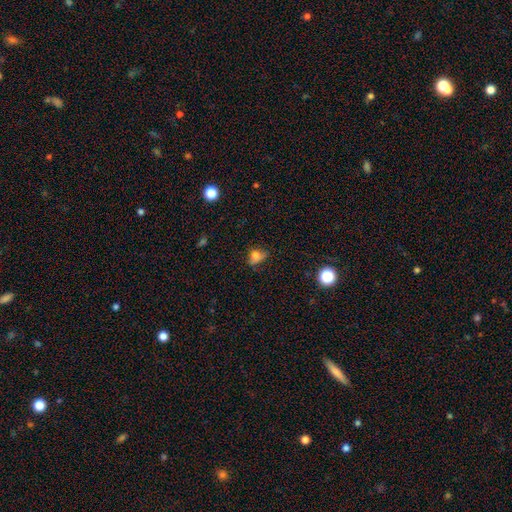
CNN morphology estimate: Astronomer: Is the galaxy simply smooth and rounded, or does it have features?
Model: smooth — 70%.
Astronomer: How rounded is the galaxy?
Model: in between — 55% (runner-up: round, 43%).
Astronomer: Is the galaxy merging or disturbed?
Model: none — 44% (runner-up: minor disturbance, 33%).